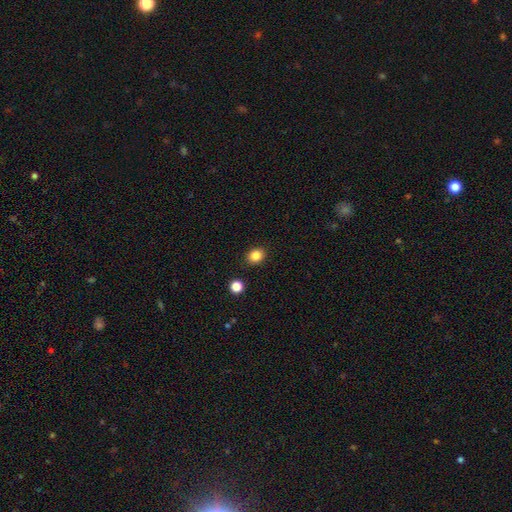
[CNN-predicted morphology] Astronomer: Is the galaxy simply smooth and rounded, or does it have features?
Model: smooth — 84%.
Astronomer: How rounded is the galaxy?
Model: round — 66%.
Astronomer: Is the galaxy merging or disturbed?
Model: none — 89%.